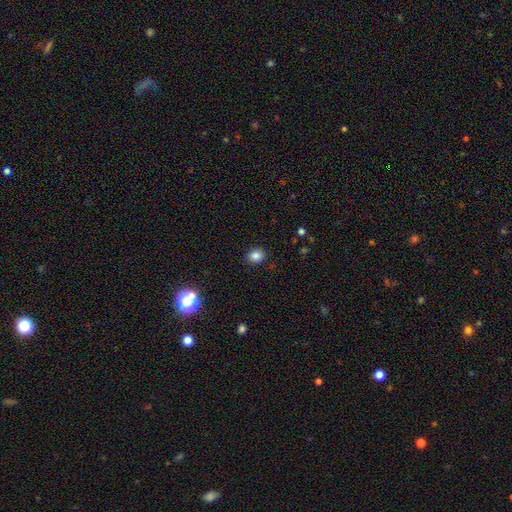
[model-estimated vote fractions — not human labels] Morphology: type=smooth (84%); roundness=round (54%); merging=none (89%).